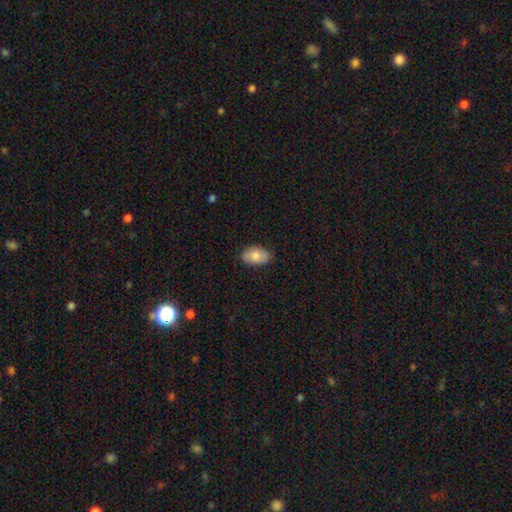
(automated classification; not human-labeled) Smooth or featured? smooth (81%)
How rounded? in between (92%)
Merging? none (81%)